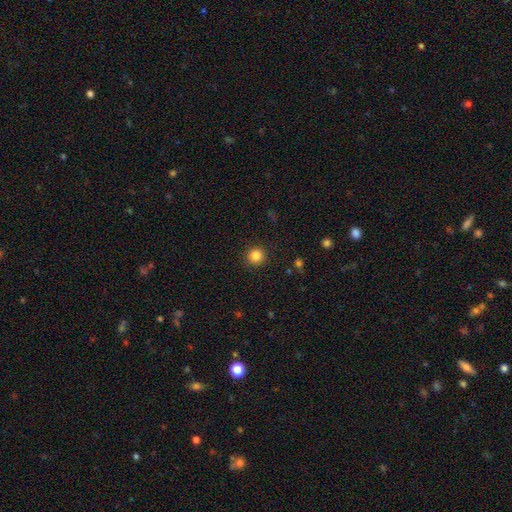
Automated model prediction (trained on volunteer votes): smooth 85%, star or artifact 11%, featured or disk 4%. Down the decision tree: how rounded — round (93%); merging — none (92%).